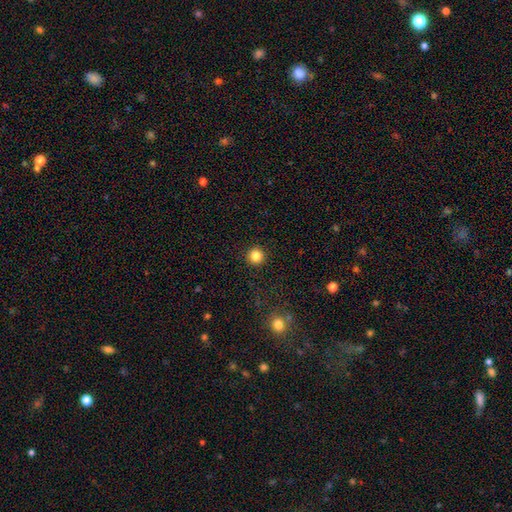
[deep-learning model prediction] A smooth galaxy with no disk features (84%) that is round (96%).

Vote fractions:
- Smooth or featured? smooth: 84% / star or artifact: 12% / featured or disk: 4%
- How rounded? round: 96% / in between: 3% / cigar-shaped: 1%
- Merging? none: 93% / minor disturbance: 4% / major disturbance: 2% / merger: 1%